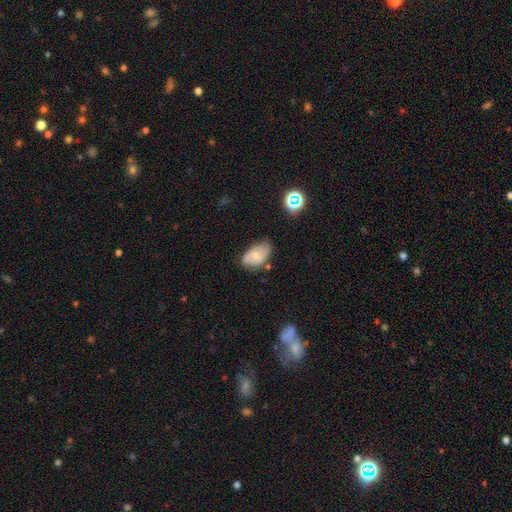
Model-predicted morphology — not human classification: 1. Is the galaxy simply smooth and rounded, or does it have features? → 55% smooth, 36% featured or disk, 9% star or artifact.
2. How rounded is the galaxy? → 91% in between, 7% round, 2% cigar-shaped.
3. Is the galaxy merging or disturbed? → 63% none, 27% minor disturbance, 6% major disturbance, 4% merger.